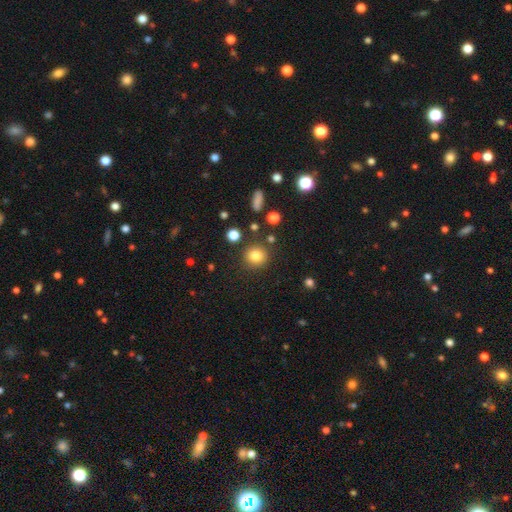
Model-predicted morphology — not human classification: smooth 81%, star or artifact 12%, featured or disk 7%. Down the decision tree: how rounded — round (88%); merging — none (84%).